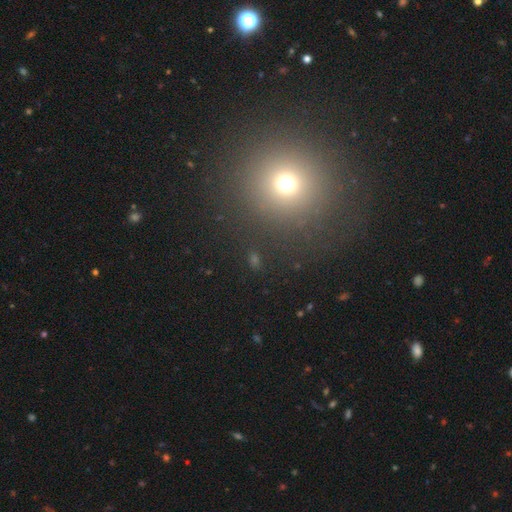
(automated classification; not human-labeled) Smooth or featured: smooth — 58% (star or artifact — 34%)
How rounded: round — 93% (in between — 6%)
Merging: none — 89% (minor disturbance — 6%)